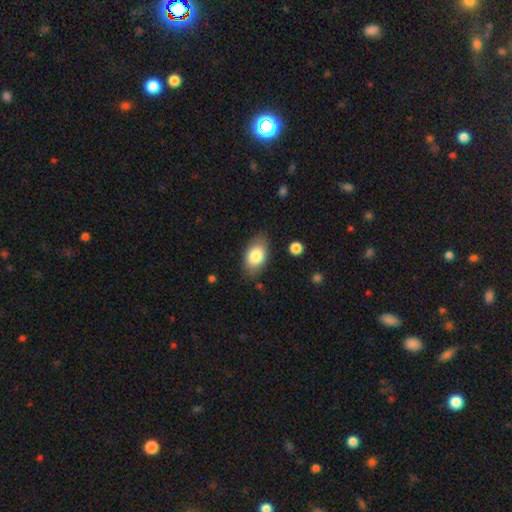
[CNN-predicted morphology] A smooth galaxy with no disk features (82%) that is in between round and cigar-shaped (89%). Merging: none (79%).